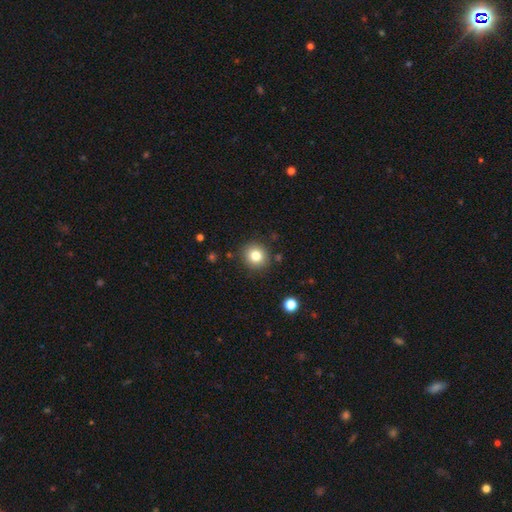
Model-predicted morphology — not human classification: This appears to be a smooth galaxy with no disk features (81%) that is round (86%). Merging: none (88%).